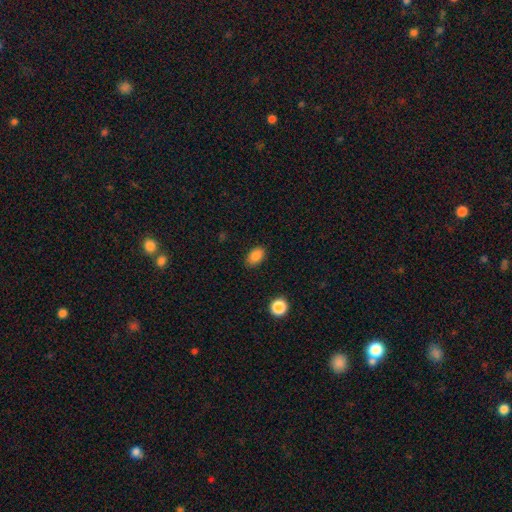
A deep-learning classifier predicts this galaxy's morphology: A smooth galaxy with no disk features (86%) that is in between round and cigar-shaped (87%). Merging: none (86%).